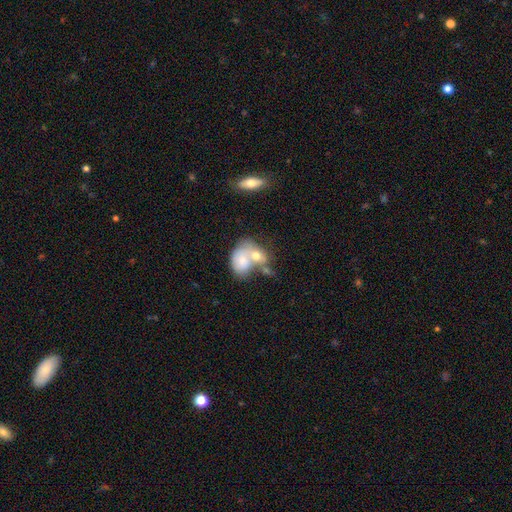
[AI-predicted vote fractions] The model was most divided on "smooth or featured": smooth: 59%, featured or disk: 32%, star or artifact: 9%. More confident: how rounded — in between (66%); merging — merger (63%).